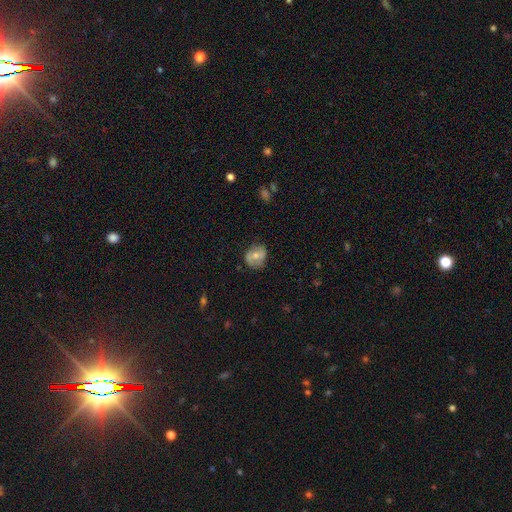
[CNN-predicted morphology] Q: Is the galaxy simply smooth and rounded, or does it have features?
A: smooth — 53%.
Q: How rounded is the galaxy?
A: round — 61%.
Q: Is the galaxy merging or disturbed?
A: none — 70%.